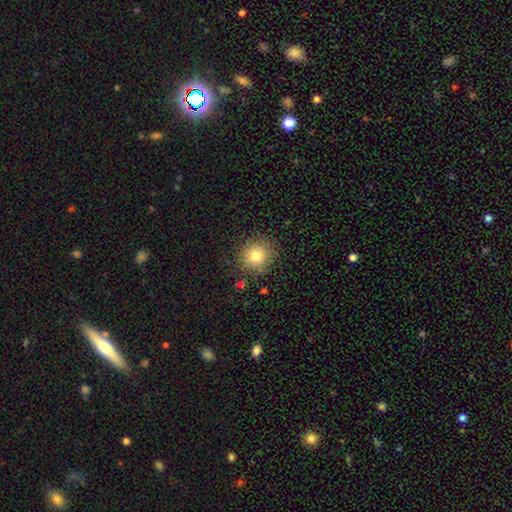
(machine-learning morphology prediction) type=smooth (78%); roundness=round (87%); merging=none (86%).